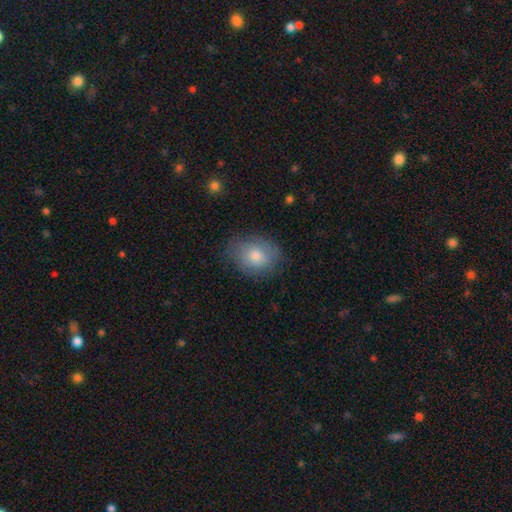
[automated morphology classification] Smooth or featured?
  - smooth: 75% *
  - featured or disk: 17%
  - star or artifact: 8%
How rounded?
  - in between: 56% *
  - round: 43%
  - cigar-shaped: 1%
Merging?
  - none: 73% *
  - minor disturbance: 20%
  - major disturbance: 5%
  - merger: 1%